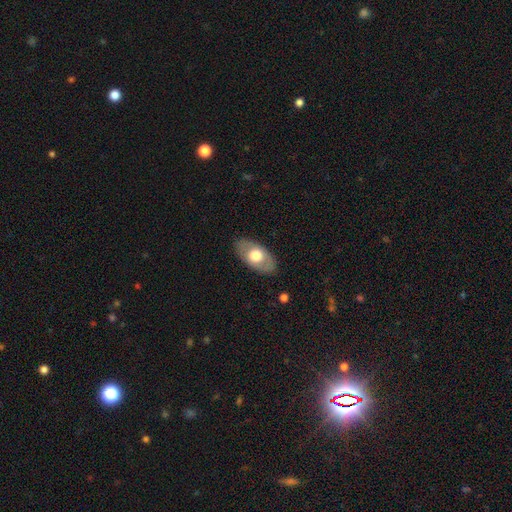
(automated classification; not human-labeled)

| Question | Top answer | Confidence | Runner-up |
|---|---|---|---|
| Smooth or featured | smooth | 55% | featured or disk (40%) |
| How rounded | in between | 91% | round (7%) |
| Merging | none | 84% | minor disturbance (11%) |